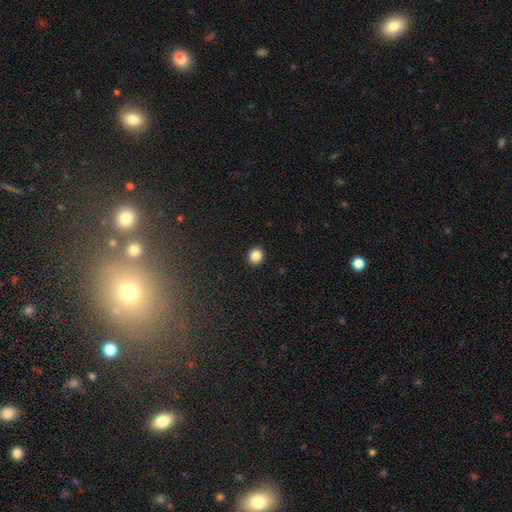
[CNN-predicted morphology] Overall: smooth (85%). How rounded: round (87%). Merging: none (93%).